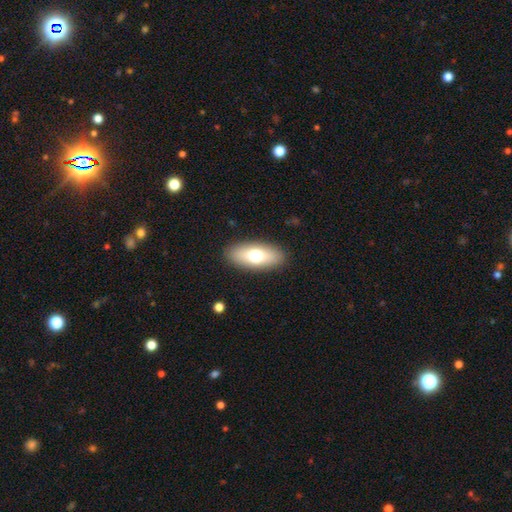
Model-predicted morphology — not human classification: Smooth or featured: smooth — 69% (featured or disk — 24%)
How rounded: in between — 84% (cigar-shaped — 12%)
Merging: none — 89% (minor disturbance — 8%)